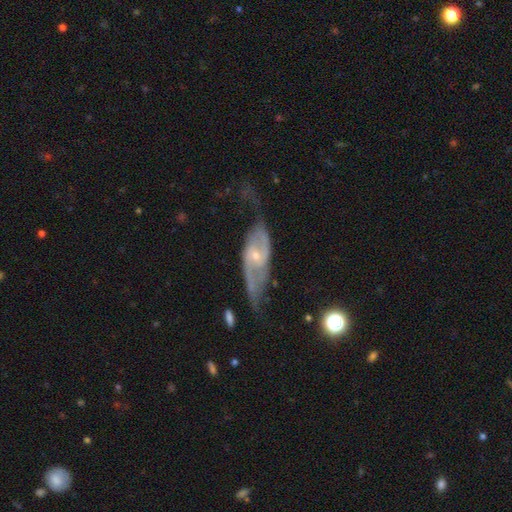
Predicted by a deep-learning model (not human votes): Overall: featured or disk (83%). Edge-on disk: no (89%). Bar: no (50%; weak 36%). Spiral arms: yes (91%). Spiral arm count: 2 (84%). Spiral winding: medium (42%; loose 37%). Bulge size: small (68%). Merging: none (51%; minor disturbance 26%).